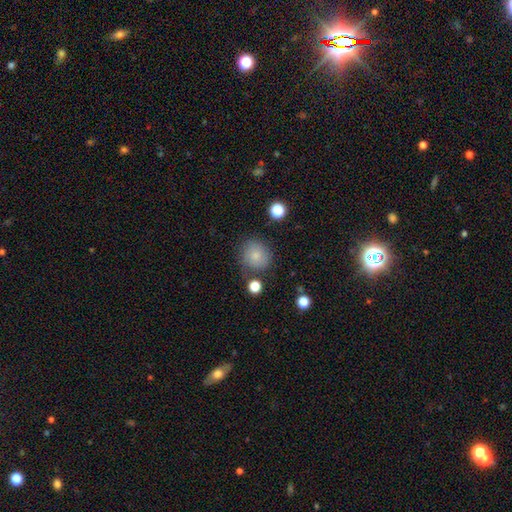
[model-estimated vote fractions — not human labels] Smooth or featured?
  - smooth: 82% *
  - star or artifact: 10%
  - featured or disk: 8%
How rounded?
  - round: 88% *
  - in between: 11%
  - cigar-shaped: 1%
Merging?
  - none: 78% *
  - minor disturbance: 14%
  - merger: 5%
  - major disturbance: 4%